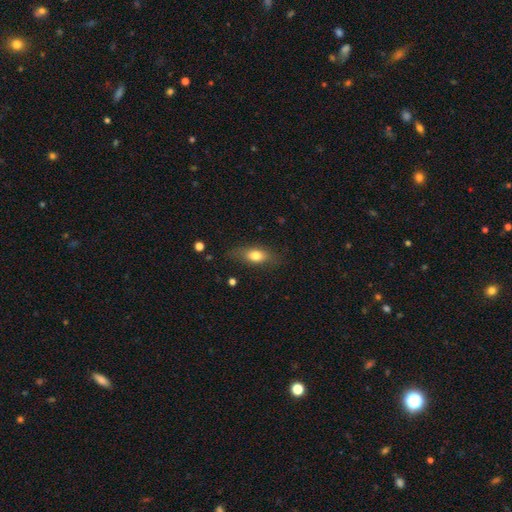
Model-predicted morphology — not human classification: Smooth or featured: smooth — 75% (featured or disk — 17%)
How rounded: in between — 75% (cigar-shaped — 15%)
Merging: none — 77% (minor disturbance — 17%)